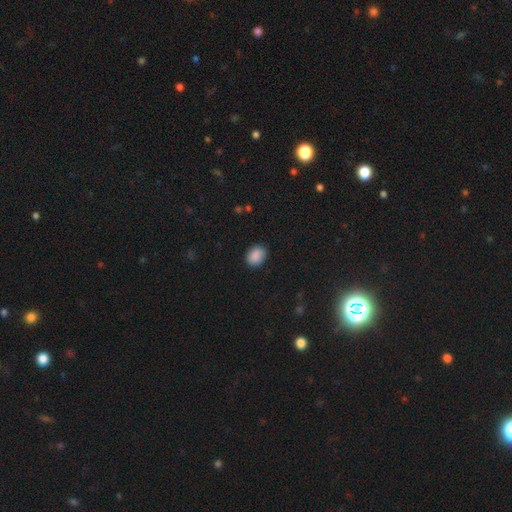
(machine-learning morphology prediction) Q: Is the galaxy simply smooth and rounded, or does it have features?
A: smooth — 89%.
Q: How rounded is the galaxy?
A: in between — 55%.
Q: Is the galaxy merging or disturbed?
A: none — 86%.